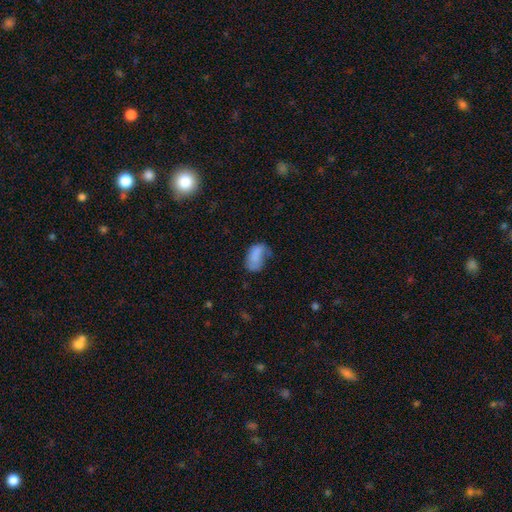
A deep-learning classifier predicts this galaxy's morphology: Smooth or featured? Predicted: smooth (p=0.73). How rounded? Predicted: in between (p=0.90). Merging? Predicted: minor disturbance (p=0.32, tied with major disturbance).